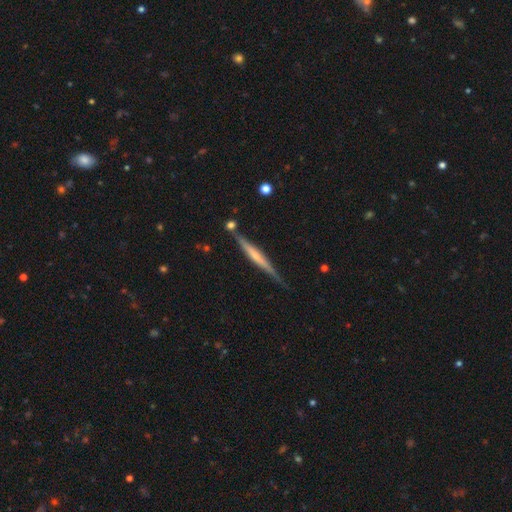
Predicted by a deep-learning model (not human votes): Smooth or featured: featured or disk — 65% (smooth — 29%)
Edge-on disk: yes — 97% (no — 3%)
Edge-on bulge: none — 43% (rounded — 42%)
Merging: none — 79% (minor disturbance — 14%)